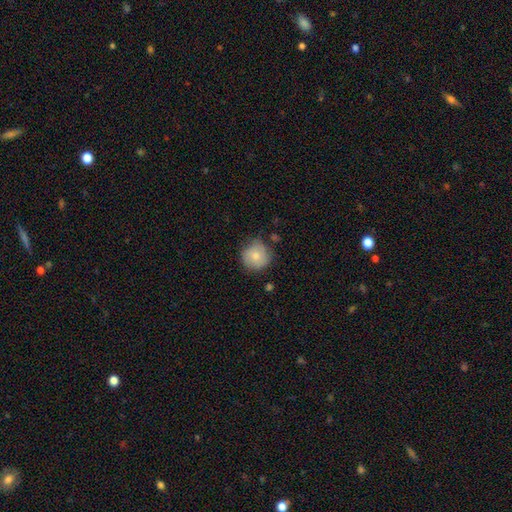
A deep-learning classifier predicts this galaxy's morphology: The model was most divided on "merging": none: 71%, minor disturbance: 22%, major disturbance: 4%, merger: 3%. More confident: how rounded — round (92%); smooth or featured — smooth (77%).